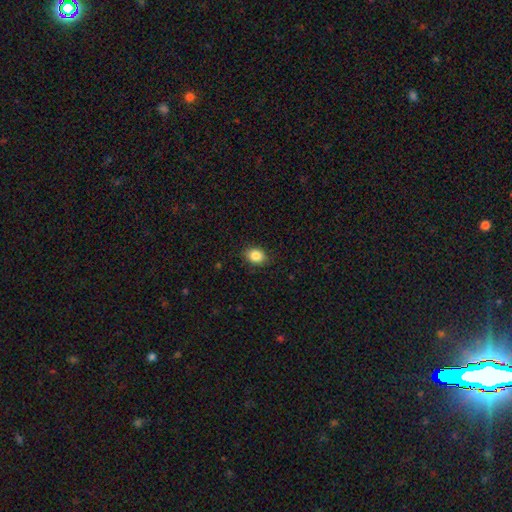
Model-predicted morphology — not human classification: smooth-or-featured: smooth: 87% | star or artifact: 9% | featured or disk: 5%
  how-rounded: in between: 57% | round: 42% | cigar-shaped: 1%
  merging: none: 87% | minor disturbance: 9% | major disturbance: 2% | merger: 1%